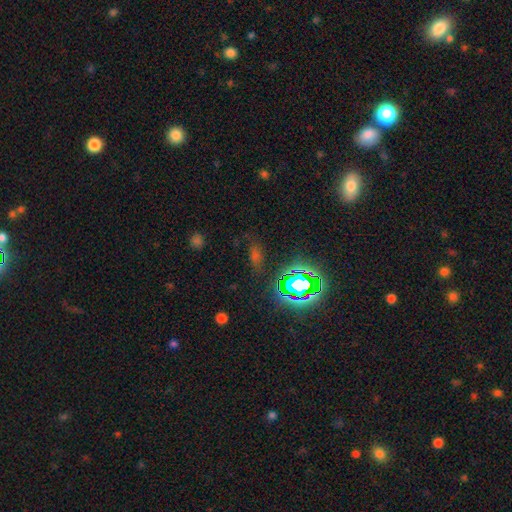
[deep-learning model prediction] smooth_or_featured: star or artifact (p=0.56) [alt: smooth p=0.32]